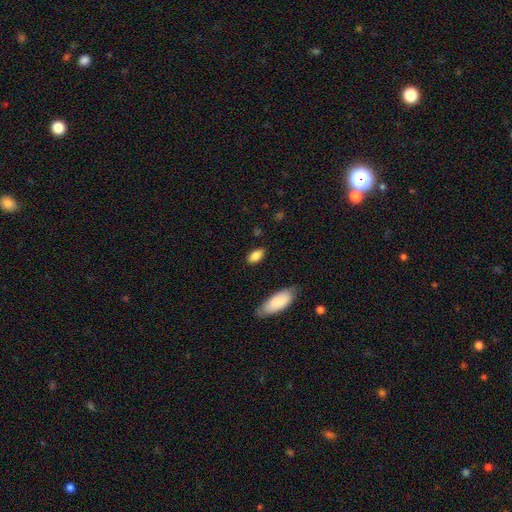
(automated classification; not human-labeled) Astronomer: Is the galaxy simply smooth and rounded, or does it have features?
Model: smooth — 85%.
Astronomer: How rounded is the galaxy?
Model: in between — 89%.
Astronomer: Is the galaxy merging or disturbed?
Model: none — 82%.